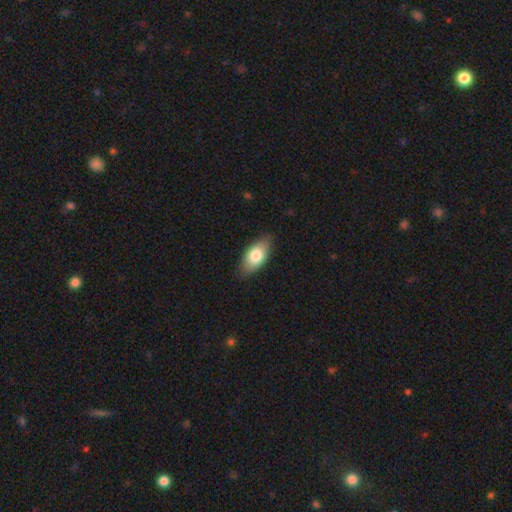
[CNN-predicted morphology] type=smooth (77%); roundness=in between (90%); merging=none (83%).